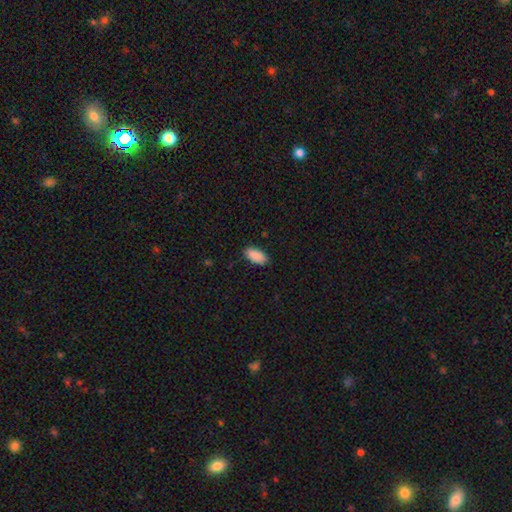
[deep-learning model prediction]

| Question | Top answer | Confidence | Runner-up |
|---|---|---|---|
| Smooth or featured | smooth | 90% | star or artifact (6%) |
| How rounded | in between | 91% | cigar-shaped (7%) |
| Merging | none | 87% | minor disturbance (10%) |